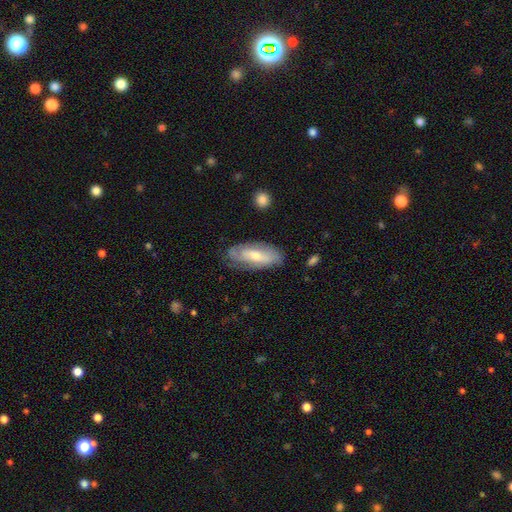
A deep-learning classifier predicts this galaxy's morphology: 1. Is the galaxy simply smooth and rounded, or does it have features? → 51% featured or disk, 42% smooth, 6% star or artifact.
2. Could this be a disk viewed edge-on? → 81% no, 19% yes.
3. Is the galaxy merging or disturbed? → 71% none, 21% minor disturbance, 7% major disturbance, 2% merger.